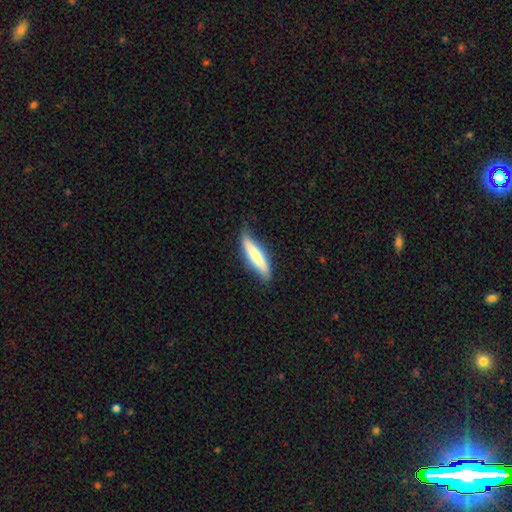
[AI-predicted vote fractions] Smooth or featured: smooth — 68% (featured or disk — 27%)
How rounded: cigar-shaped — 85% (in between — 14%)
Merging: none — 71% (minor disturbance — 23%)